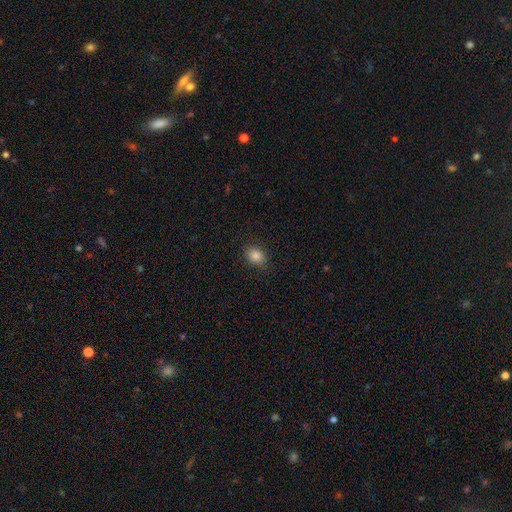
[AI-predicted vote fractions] A smooth galaxy with no disk features (85%) that is in between round and cigar-shaped (59%). Merging: none (86%).